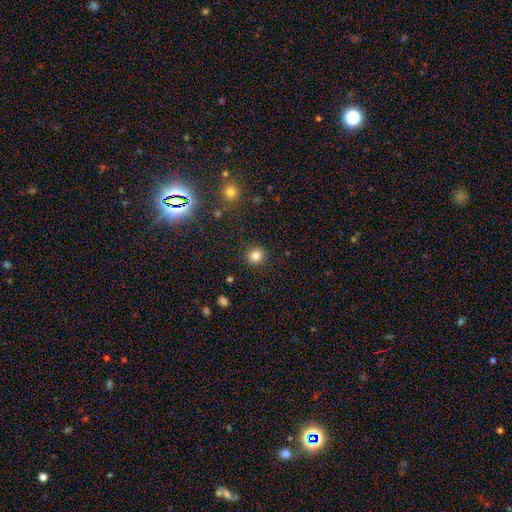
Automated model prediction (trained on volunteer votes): smooth 83%, star or artifact 12%, featured or disk 5%. Down the decision tree: how rounded — round (89%); merging — none (90%).